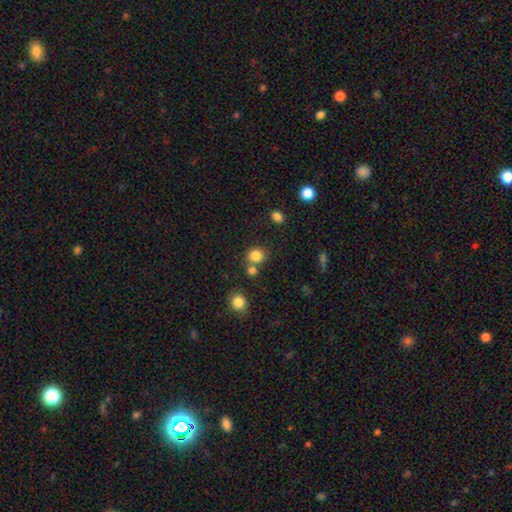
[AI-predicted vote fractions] smooth-or-featured: smooth: 82% | star or artifact: 12% | featured or disk: 5%
  how-rounded: round: 86% | in between: 13% | cigar-shaped: 1%
  merging: none: 67% | merger: 21% | minor disturbance: 9% | major disturbance: 3%